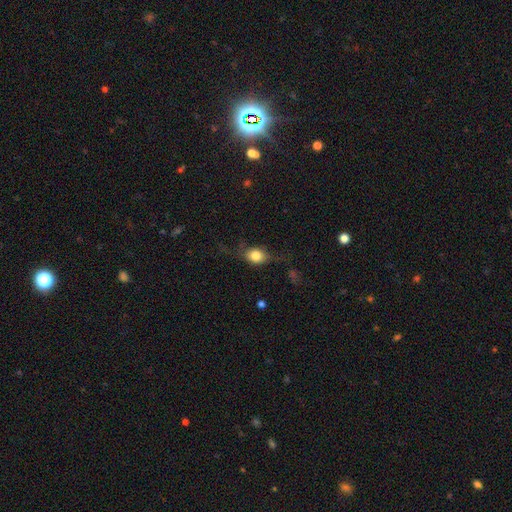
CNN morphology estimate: This is likely a smooth galaxy (67%). How rounded: possibly round (48%, tied with in between). Merging: possibly none (52%).